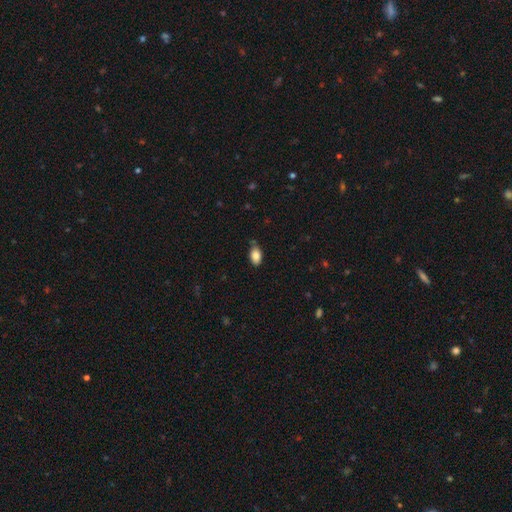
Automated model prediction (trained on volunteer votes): This is clearly a smooth galaxy (85%). How rounded: clearly in between (91%). Merging: likely none (78%).